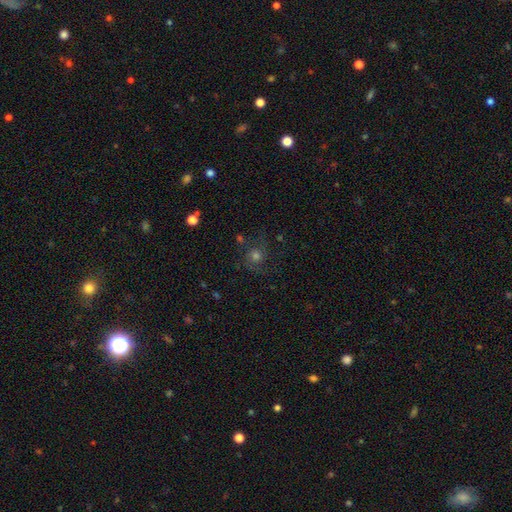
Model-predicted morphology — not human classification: smooth_or_featured: featured or disk (p=0.47) [alt: smooth p=0.29]
merging: none (p=0.71) [alt: minor disturbance p=0.15]